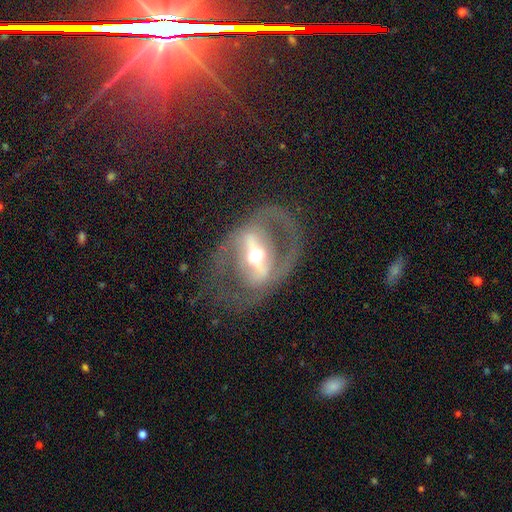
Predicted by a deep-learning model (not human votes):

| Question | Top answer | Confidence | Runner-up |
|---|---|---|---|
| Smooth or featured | featured or disk | 81% | smooth (13%) |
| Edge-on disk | no | 89% | yes (11%) |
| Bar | strong | 72% | weak (18%) |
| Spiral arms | yes | 54% | no (46%) |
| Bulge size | moderate | 67% | large (17%) |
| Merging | none | 66% | major disturbance (19%) |